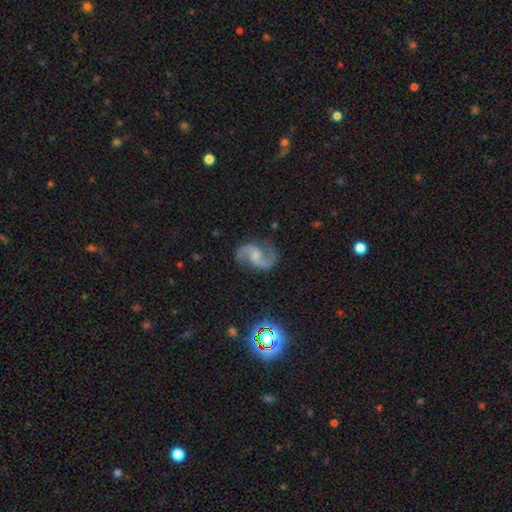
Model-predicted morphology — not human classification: Smooth or featured: featured or disk — 90% (star or artifact — 6%)
Edge-on disk: no — 98% (yes — 2%)
Bar: no — 45% (tied with weak — 45%)
Spiral arms: yes — 98% (no — 2%)
Spiral winding: medium — 47% (loose — 46%)
Spiral arm count: 2 — 94% (can't tell — 1%)
Bulge size: small — 38% (moderate — 30%)
Merging: none — 81% (minor disturbance — 13%)